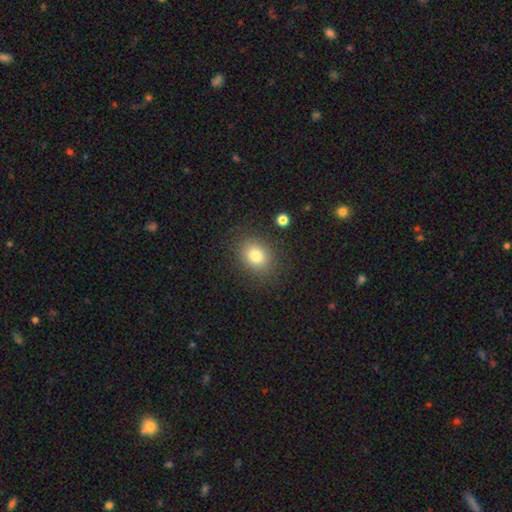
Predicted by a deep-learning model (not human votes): smooth-or-featured: smooth: 81% | star or artifact: 11% | featured or disk: 8%
  how-rounded: in between: 52% | round: 47% | cigar-shaped: 1%
  merging: none: 84% | minor disturbance: 10% | major disturbance: 4% | merger: 2%